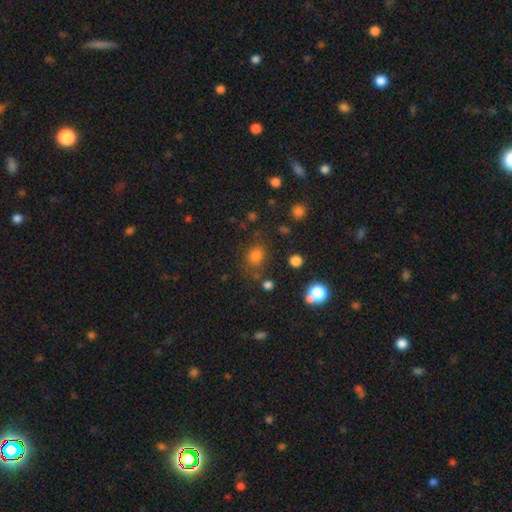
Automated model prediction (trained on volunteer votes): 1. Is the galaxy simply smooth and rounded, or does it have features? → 75% smooth, 19% star or artifact, 6% featured or disk.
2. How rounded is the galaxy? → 66% round, 33% in between, 1% cigar-shaped.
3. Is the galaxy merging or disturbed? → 75% none, 15% minor disturbance, 6% major disturbance, 5% merger.